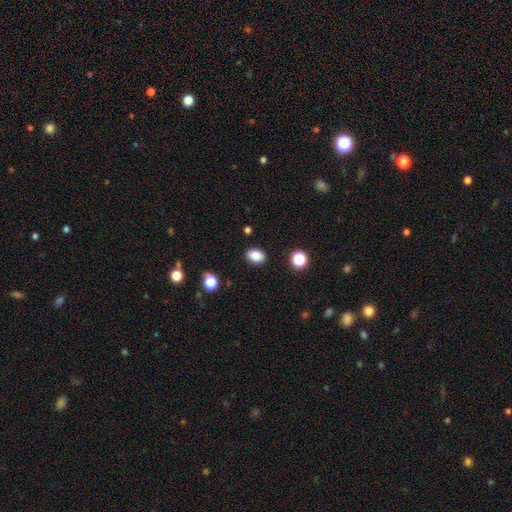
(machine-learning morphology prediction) Smooth or featured? smooth (86%)
How rounded? in between (76%)
Merging? none (88%)